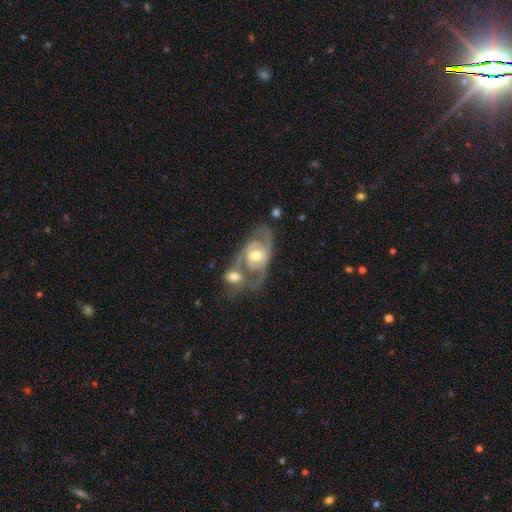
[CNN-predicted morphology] featured or disk 83%, smooth 12%, star or artifact 5%. Down the decision tree: edge-on disk — no (96%); bar — no (49%); spiral arms — yes (90%); spiral arm count — 2 (77%); spiral winding — medium (47%); bulge size — moderate (69%); merging — merger (49%).